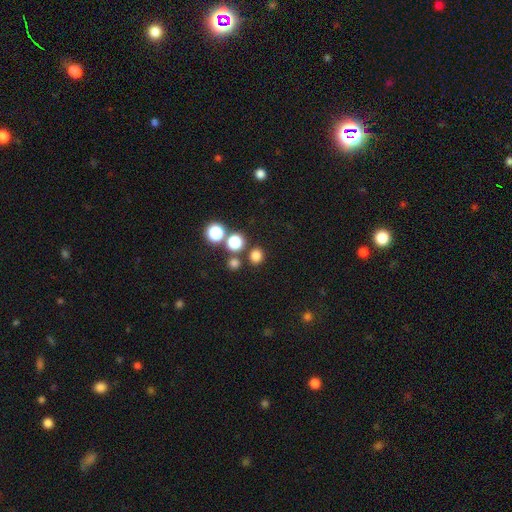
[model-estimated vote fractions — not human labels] The model was most divided on "smooth or featured": smooth: 77%, star or artifact: 18%, featured or disk: 5%. More confident: how rounded — round (86%); merging — none (79%).